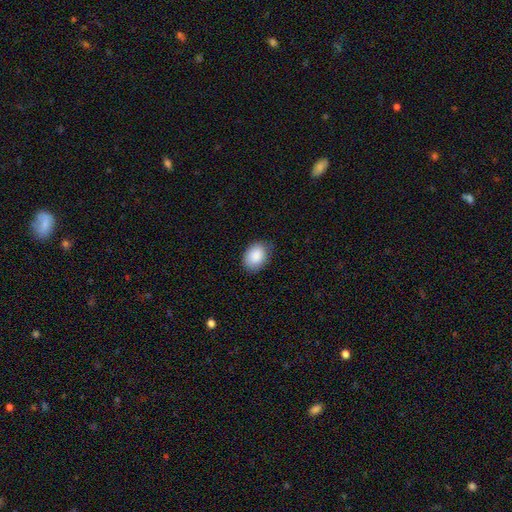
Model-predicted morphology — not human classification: Q: Smooth or featured?
A: smooth (89%); runner-up: star or artifact (7%)
Q: How rounded?
A: in between (78%); runner-up: round (21%)
Q: Merging?
A: none (80%); runner-up: minor disturbance (16%)